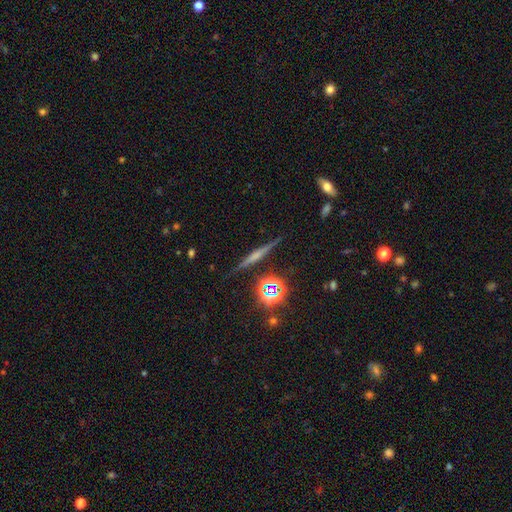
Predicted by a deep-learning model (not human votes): Q: Smooth or featured?
A: featured or disk (50%); runner-up: smooth (30%)
Q: Merging?
A: none (84%); runner-up: minor disturbance (11%)